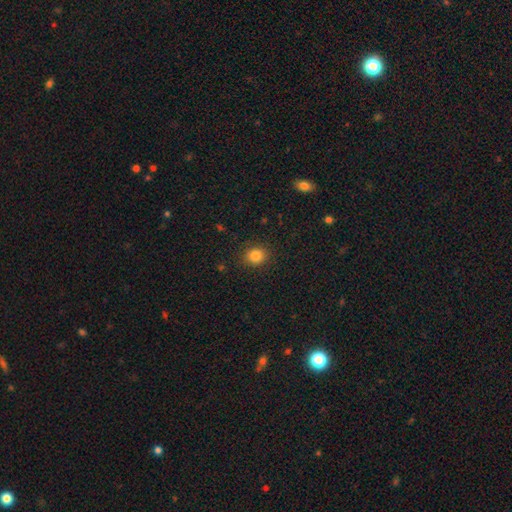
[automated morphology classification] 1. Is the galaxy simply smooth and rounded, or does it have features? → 83% smooth, 12% star or artifact, 5% featured or disk.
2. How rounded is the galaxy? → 79% round, 20% in between, 1% cigar-shaped.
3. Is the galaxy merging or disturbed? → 89% none, 8% minor disturbance, 2% major disturbance, 1% merger.